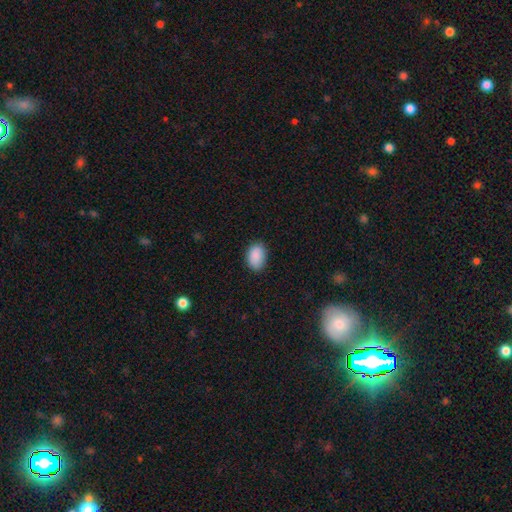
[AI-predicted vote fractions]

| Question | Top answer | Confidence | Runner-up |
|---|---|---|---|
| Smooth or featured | smooth | 89% | star or artifact (7%) |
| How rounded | in between | 84% | round (14%) |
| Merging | none | 82% | minor disturbance (14%) |